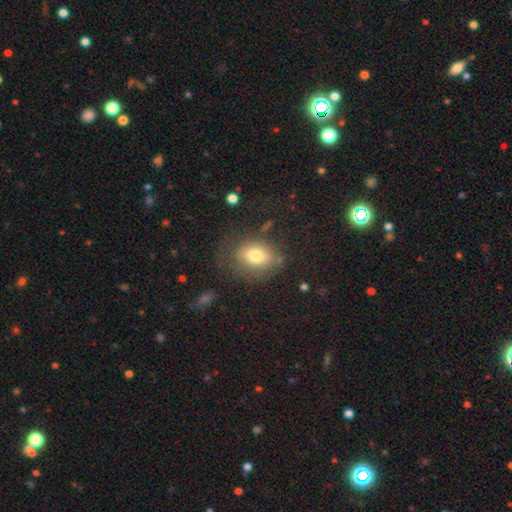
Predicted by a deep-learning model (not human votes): Smooth or featured? Predicted: smooth (p=0.75). How rounded? Predicted: in between (p=0.55). Merging? Predicted: none (p=0.61).